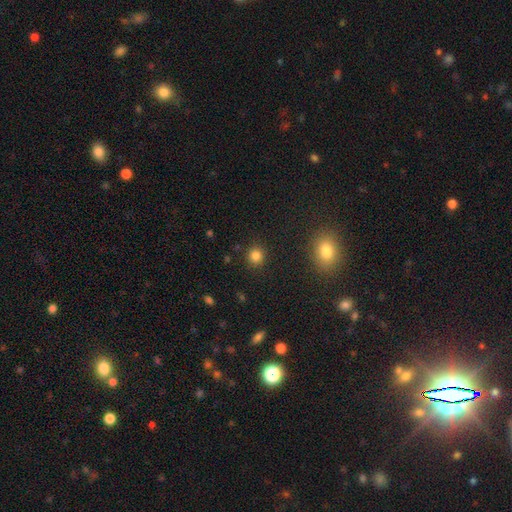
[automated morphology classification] Smooth or featured? Predicted: smooth (p=0.83). How rounded? Predicted: round (p=0.88). Merging? Predicted: none (p=0.89).